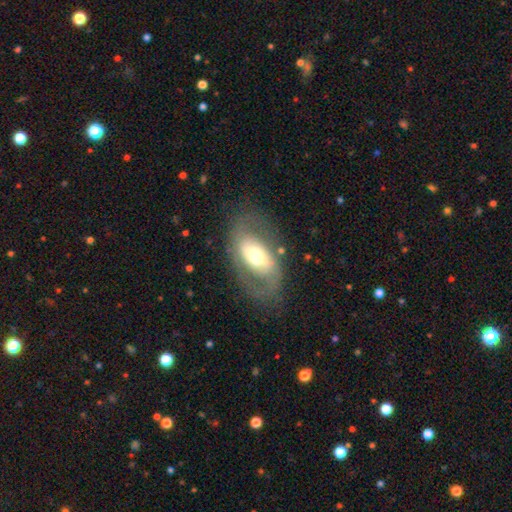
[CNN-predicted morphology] Q: Smooth or featured?
A: featured or disk (65%); runner-up: smooth (28%)
Q: Edge-on disk?
A: no (92%); runner-up: yes (8%)
Q: Bar?
A: no (37%); runner-up: weak (35%)
Q: Spiral arms?
A: yes (63%); runner-up: no (37%)
Q: Bulge size?
A: moderate (61%); runner-up: large (21%)
Q: Merging?
A: none (71%); runner-up: minor disturbance (16%)